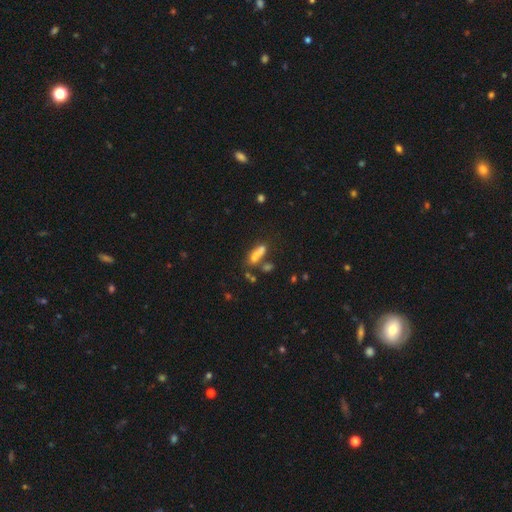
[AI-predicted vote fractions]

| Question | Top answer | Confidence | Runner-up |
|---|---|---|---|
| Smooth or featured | smooth | 64% | featured or disk (21%) |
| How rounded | cigar-shaped | 53% | in between (42%) |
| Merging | none | 40% | merger (33%) |